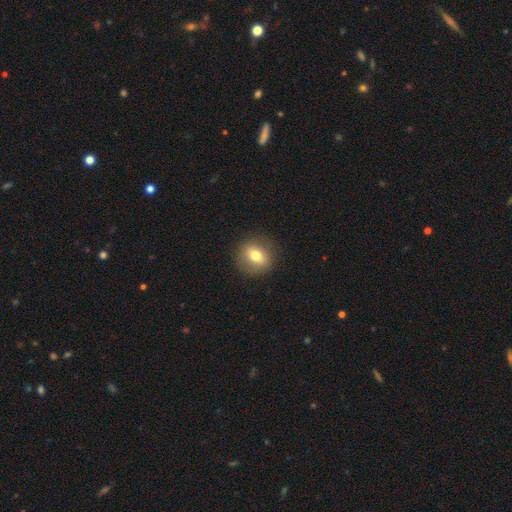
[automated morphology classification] This appears to be a smooth galaxy with no disk features (66%) that is round (70%). Merging: none (88%).